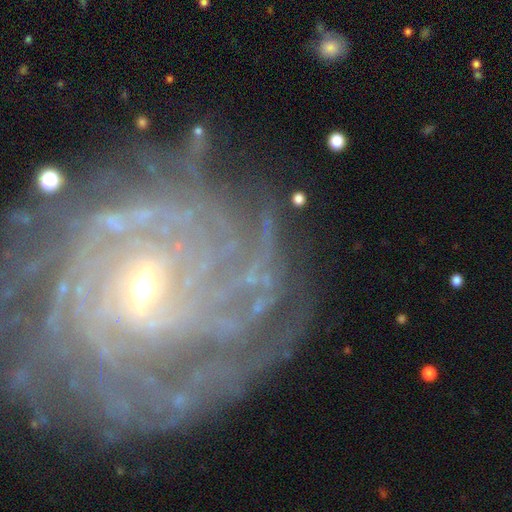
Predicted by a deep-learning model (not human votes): Smooth or featured: featured or disk — 87% (star or artifact — 8%)
Edge-on disk: no — 97% (yes — 3%)
Bar: weak — 48% (no — 28%)
Spiral arms: yes — 96% (no — 4%)
Spiral winding: tight — 79% (medium — 17%)
Spiral arm count: can't tell — 30% (more than 4 — 28%)
Bulge size: small — 60% (moderate — 35%)
Merging: none — 72% (minor disturbance — 16%)